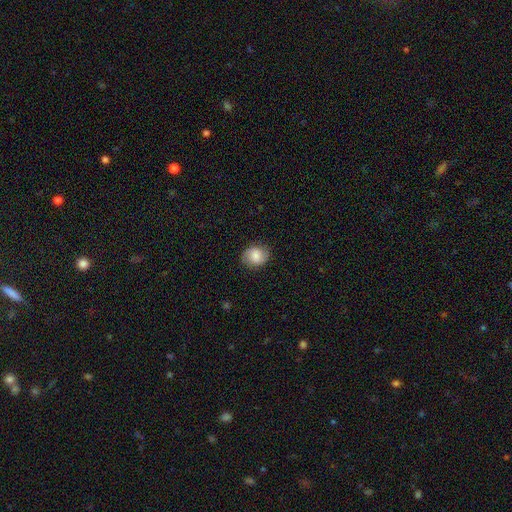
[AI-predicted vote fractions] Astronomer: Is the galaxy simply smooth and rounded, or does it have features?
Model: smooth — 73%.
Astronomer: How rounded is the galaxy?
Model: round — 63%.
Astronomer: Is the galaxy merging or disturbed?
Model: none — 82%.